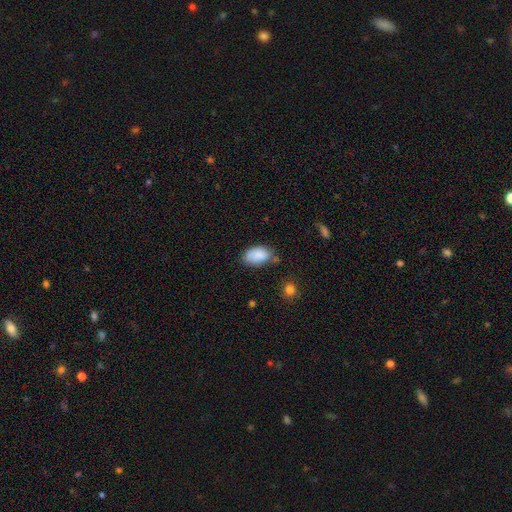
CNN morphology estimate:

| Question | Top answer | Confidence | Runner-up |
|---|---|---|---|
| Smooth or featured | smooth | 86% | star or artifact (7%) |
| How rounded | in between | 91% | round (8%) |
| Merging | none | 58% | minor disturbance (29%) |